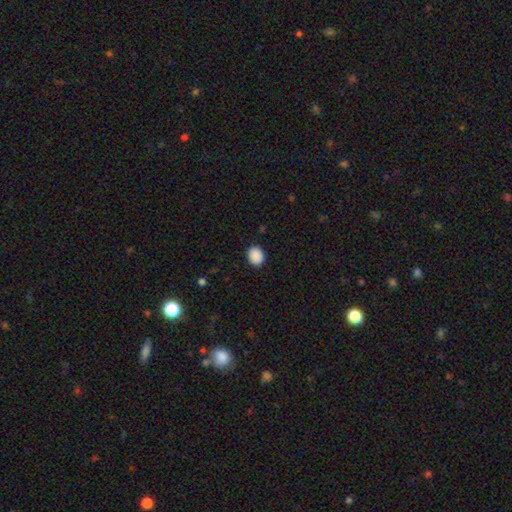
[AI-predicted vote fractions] This appears to be a smooth galaxy with no disk features (90%) that is round (52%). Merging: none (89%).